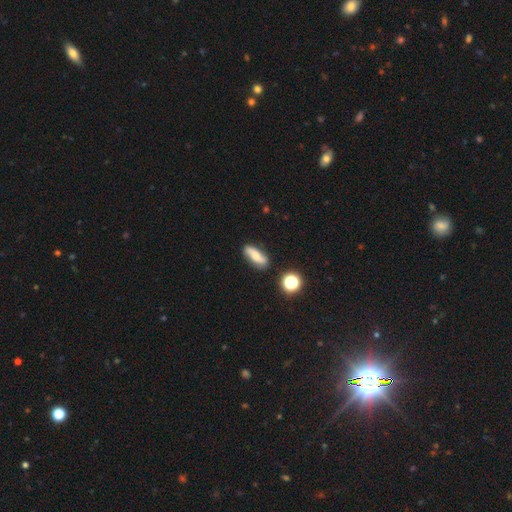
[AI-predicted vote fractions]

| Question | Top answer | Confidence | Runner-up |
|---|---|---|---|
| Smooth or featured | smooth | 61% | featured or disk (28%) |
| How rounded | in between | 62% | cigar-shaped (33%) |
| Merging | none | 81% | minor disturbance (13%) |